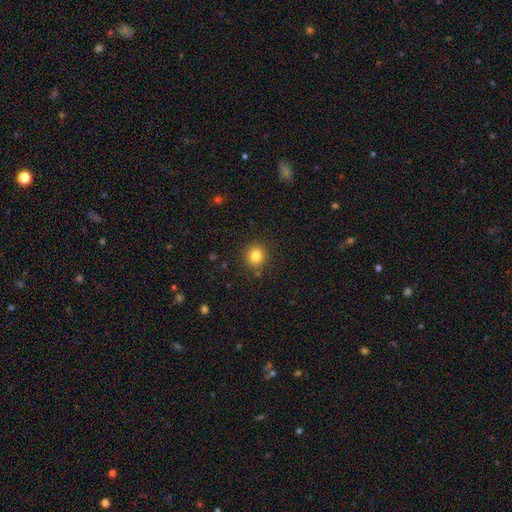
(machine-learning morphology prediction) A smooth galaxy with no disk features (82%) that is round (87%).

Vote fractions:
- Smooth or featured? smooth: 82% / star or artifact: 12% / featured or disk: 6%
- How rounded? round: 87% / in between: 12% / cigar-shaped: 1%
- Merging? none: 88% / minor disturbance: 8% / major disturbance: 3% / merger: 2%